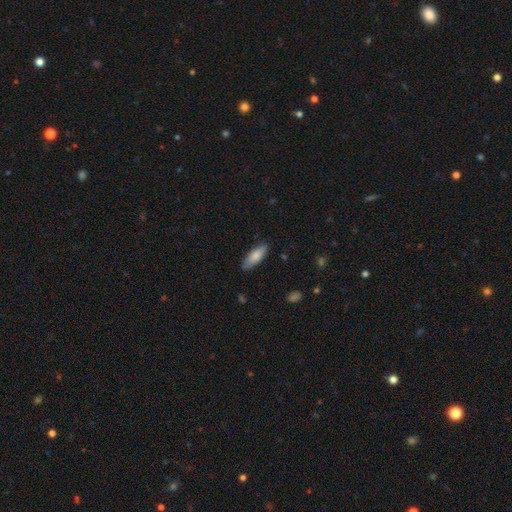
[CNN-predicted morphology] The model was most divided on "how rounded": in between: 66%, cigar-shaped: 32%, round: 2%. More confident: merging — none (84%); smooth or featured — smooth (82%).